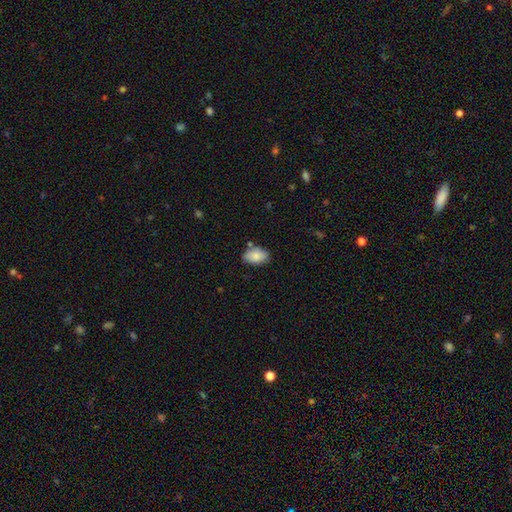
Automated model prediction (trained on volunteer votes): smooth 84%, featured or disk 9%, star or artifact 7%. Down the decision tree: how rounded — in between (90%); merging — none (72%).